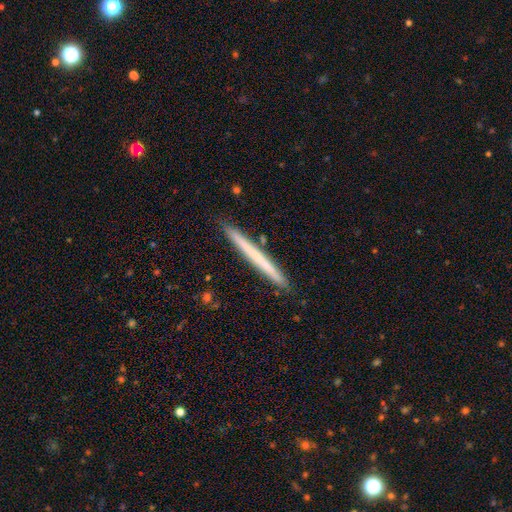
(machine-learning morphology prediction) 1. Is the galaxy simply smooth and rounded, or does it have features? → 55% smooth, 40% featured or disk, 5% star or artifact.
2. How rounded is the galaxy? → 97% cigar-shaped, 1% in between, 1% round.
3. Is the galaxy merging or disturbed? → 91% none, 7% minor disturbance, 2% merger, 1% major disturbance.